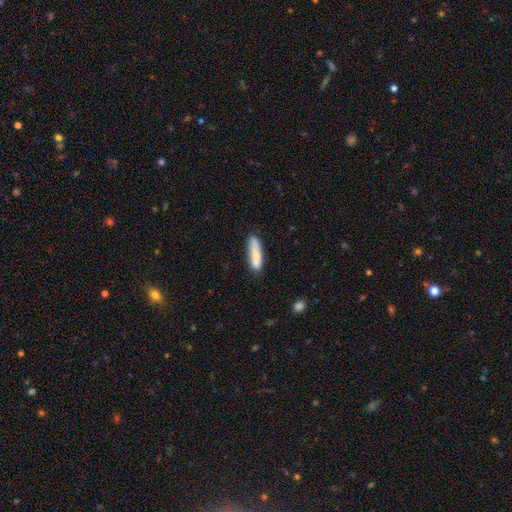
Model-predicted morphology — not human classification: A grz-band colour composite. It shows a smooth galaxy with no disk features (77%) that is cigar-shaped (73%). Merging: none (72%).